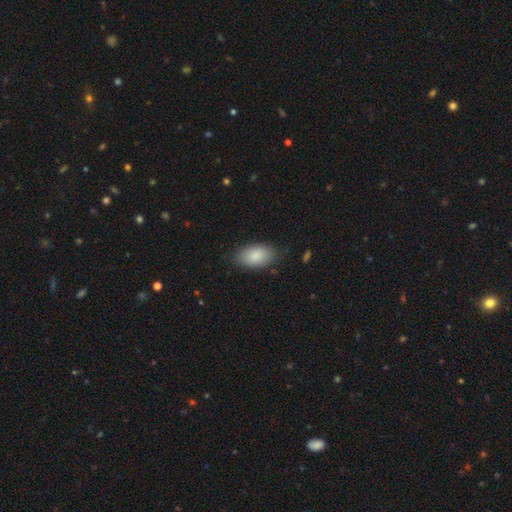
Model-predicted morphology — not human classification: Q: Smooth or featured?
A: smooth (86%); runner-up: featured or disk (8%)
Q: How rounded?
A: in between (94%); runner-up: round (4%)
Q: Merging?
A: none (81%); runner-up: minor disturbance (14%)